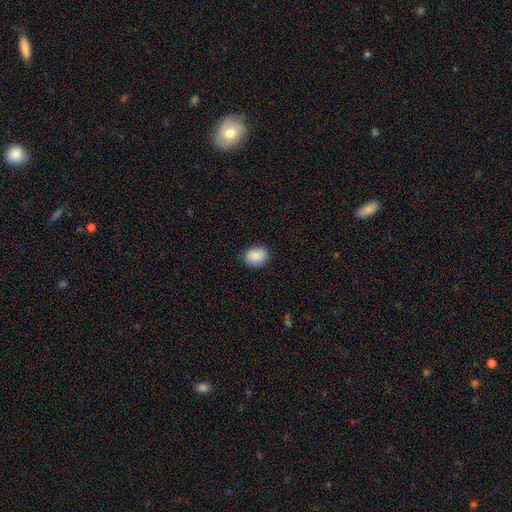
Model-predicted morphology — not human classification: smooth 86%, star or artifact 8%, featured or disk 6%. Down the decision tree: how rounded — round (60%); merging — none (85%).